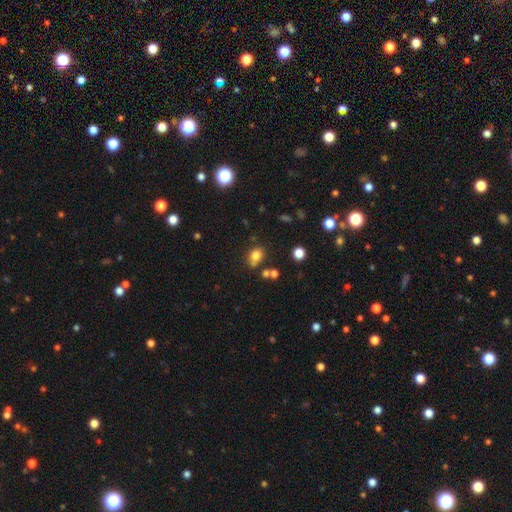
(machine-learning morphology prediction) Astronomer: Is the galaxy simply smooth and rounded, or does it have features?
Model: smooth — 77%.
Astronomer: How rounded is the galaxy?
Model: round — 59% (runner-up: in between, 40%).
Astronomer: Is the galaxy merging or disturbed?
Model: none — 61%.